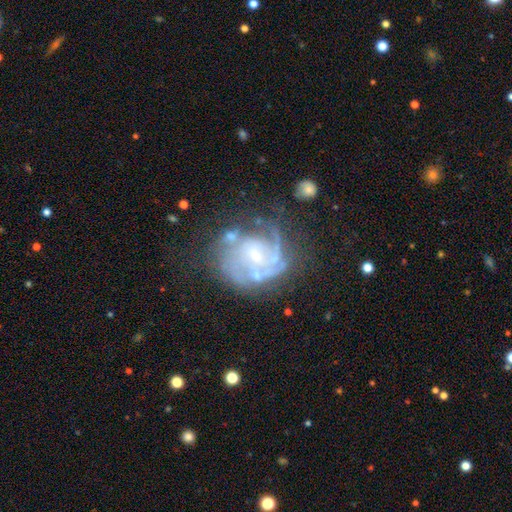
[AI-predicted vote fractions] smooth-or-featured: featured or disk: 82% | smooth: 10% | star or artifact: 8%
  disk-edge-on: no: 98% | yes: 2%
    bar: no: 57% | weak: 35% | strong: 8%
    has-spiral-arms: yes: 90% | no: 10%
      spiral-winding: tight: 53% | medium: 35% | loose: 12%
      spiral-arm-count: can't tell: 34% | 2: 23% | 3: 22% | 4: 8% | 1: 8% | more than 4: 5%
    bulge-size: small: 70% | moderate: 23% | none: 4% | large: 2% | dominant: 1%
  merging: none: 50% | major disturbance: 21% | minor disturbance: 21% | merger: 8%